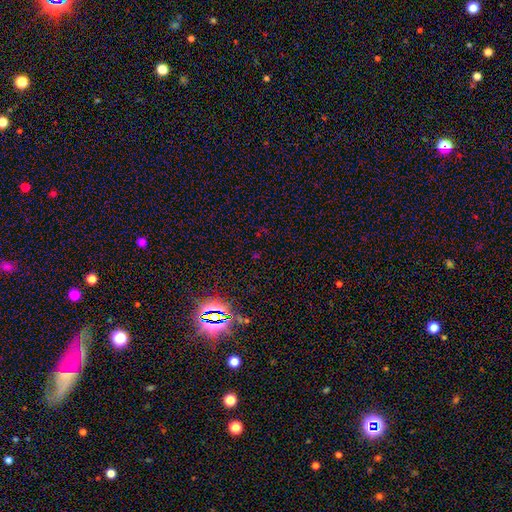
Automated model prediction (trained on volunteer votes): smooth_or_featured: star or artifact (p=0.72) [alt: smooth p=0.20]